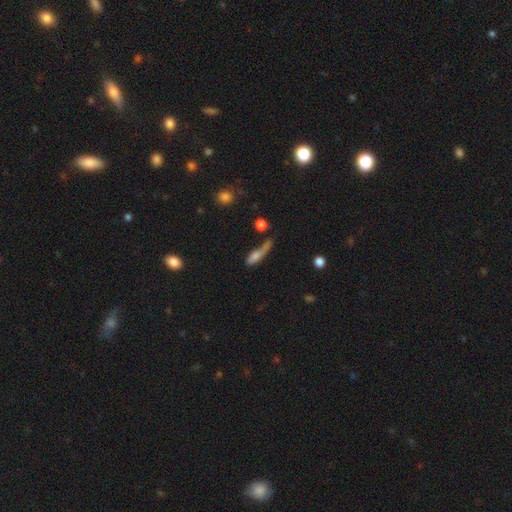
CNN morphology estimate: Smooth or featured?
  - smooth: 60% *
  - featured or disk: 30%
  - star or artifact: 10%
How rounded?
  - cigar-shaped: 65% *
  - in between: 30%
  - round: 5%
Merging?
  - none: 31% *
  - major disturbance: 30%
  - minor disturbance: 26%
  - merger: 13%